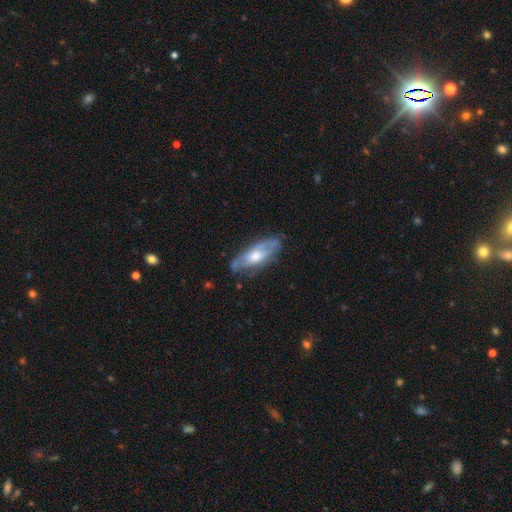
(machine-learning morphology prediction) This appears to be a featured or disk galaxy (63%). Merging: none (67%).